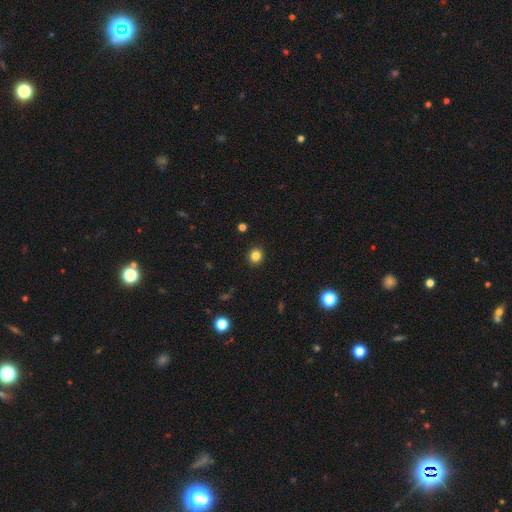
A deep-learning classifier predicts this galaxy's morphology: This appears to be a smooth galaxy with no disk features (84%) that is round (85%). Merging: none (92%).